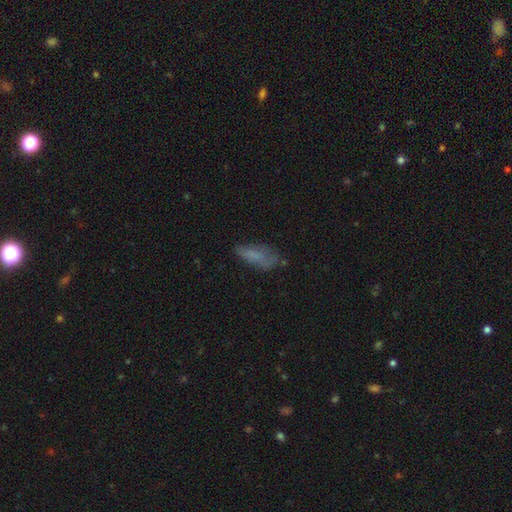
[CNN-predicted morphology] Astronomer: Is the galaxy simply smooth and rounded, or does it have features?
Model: smooth — 70%.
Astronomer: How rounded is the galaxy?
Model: in between — 62%.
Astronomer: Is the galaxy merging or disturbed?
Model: none — 53% (runner-up: minor disturbance, 28%).